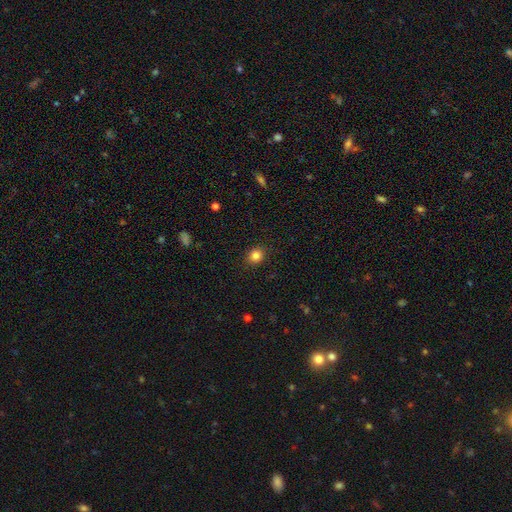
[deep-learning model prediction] Q: Smooth or featured?
A: smooth (84%); runner-up: star or artifact (11%)
Q: How rounded?
A: round (77%); runner-up: in between (22%)
Q: Merging?
A: none (89%); runner-up: minor disturbance (8%)